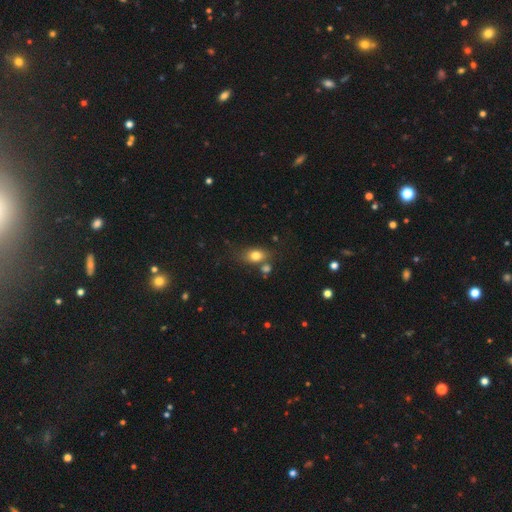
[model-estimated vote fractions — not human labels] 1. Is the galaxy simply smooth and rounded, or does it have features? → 78% smooth, 12% featured or disk, 10% star or artifact.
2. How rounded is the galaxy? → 74% in between, 22% round, 4% cigar-shaped.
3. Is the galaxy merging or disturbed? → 60% none, 17% minor disturbance, 16% merger, 6% major disturbance.